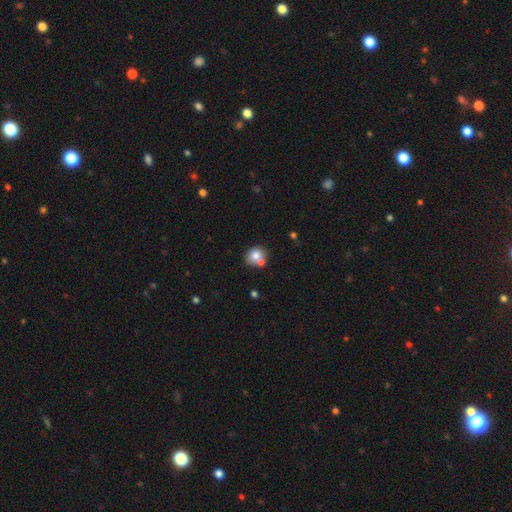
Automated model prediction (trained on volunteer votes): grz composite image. It shows a smooth galaxy with no disk features (77%) that is round (77%). Merging: none (56%).